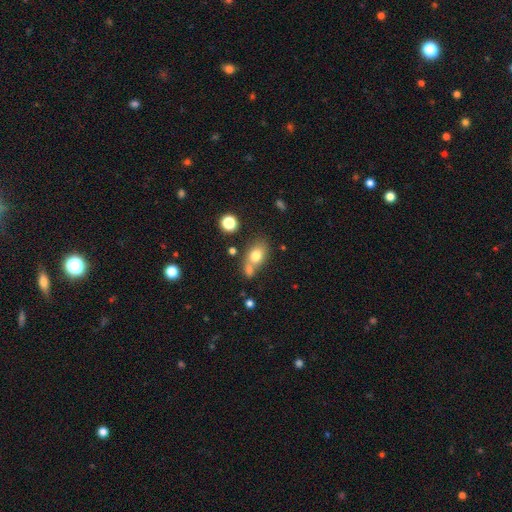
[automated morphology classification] smooth_or_featured: smooth (p=0.75) [alt: featured or disk p=0.14]
how_rounded: in between (p=0.70) [alt: round p=0.28]
merging: none (p=0.45) [alt: merger p=0.35]